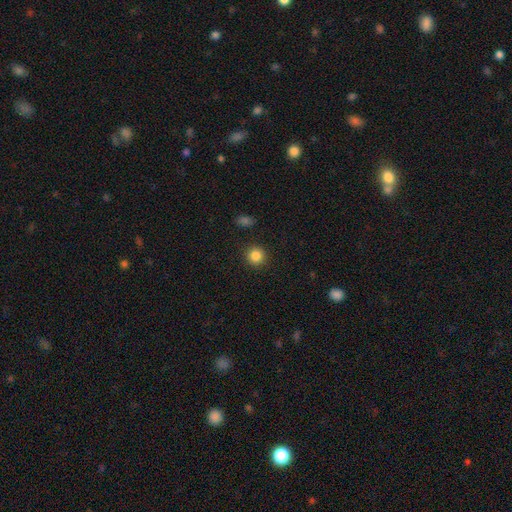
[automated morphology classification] Smooth or featured? smooth (85%)
How rounded? round (94%)
Merging? none (91%)